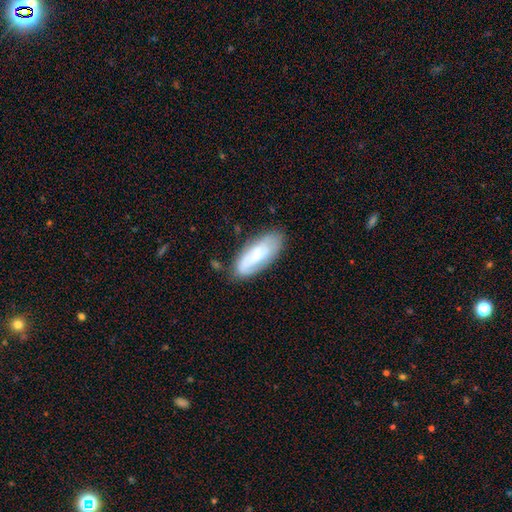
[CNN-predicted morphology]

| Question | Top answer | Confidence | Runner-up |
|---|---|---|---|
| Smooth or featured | smooth | 50% | featured or disk (43%) |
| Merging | none | 71% | minor disturbance (21%) |